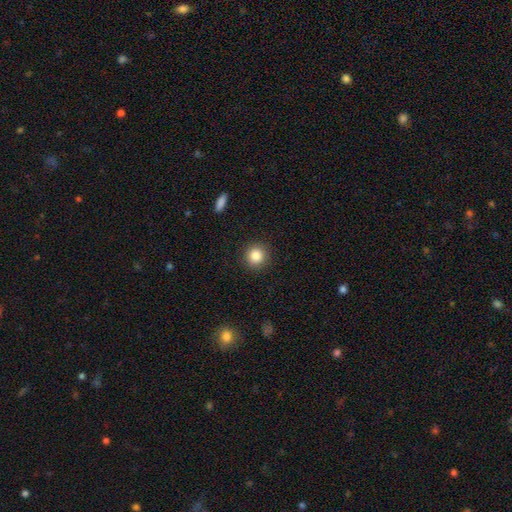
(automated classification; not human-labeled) Smooth or featured: smooth — 84% (star or artifact — 10%)
How rounded: round — 91% (in between — 8%)
Merging: none — 91% (minor disturbance — 6%)